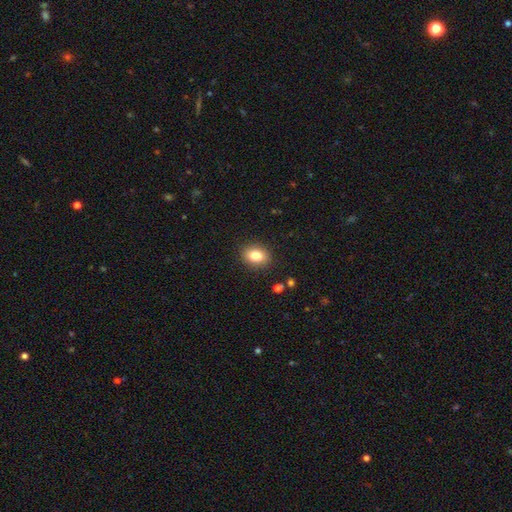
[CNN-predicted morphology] Smooth or featured? smooth (83%)
How rounded? in between (66%)
Merging? none (88%)